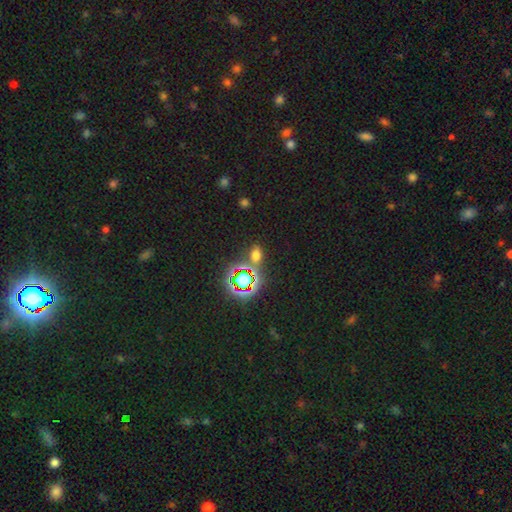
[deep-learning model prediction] Q: Smooth or featured?
A: smooth (53%); runner-up: star or artifact (39%)
Q: How rounded?
A: in between (70%); runner-up: round (26%)
Q: Merging?
A: none (76%); runner-up: minor disturbance (11%)